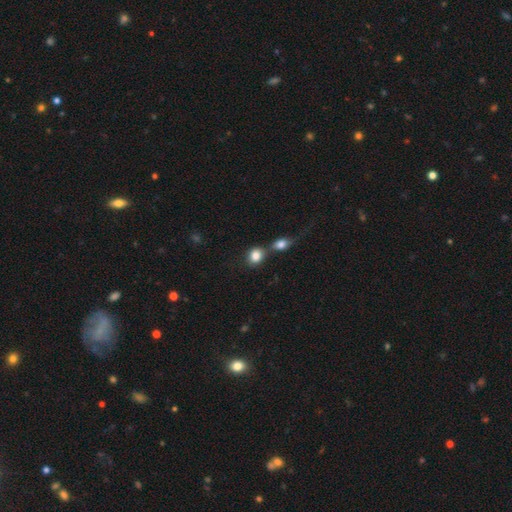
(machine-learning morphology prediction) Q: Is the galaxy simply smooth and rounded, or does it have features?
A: smooth — 84%.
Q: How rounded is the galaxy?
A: round — 61%.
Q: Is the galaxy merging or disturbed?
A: merger — 47%.